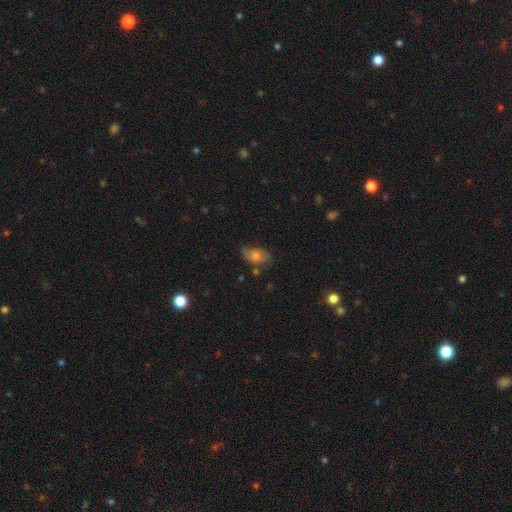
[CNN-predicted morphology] A smooth galaxy with no disk features (57%) that is in between round and cigar-shaped (89%). Merging: none (59%).